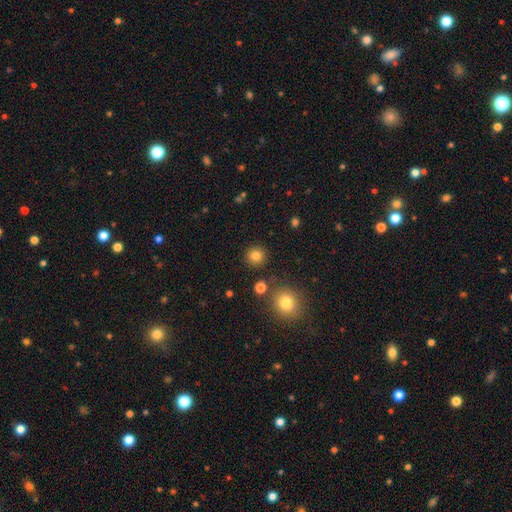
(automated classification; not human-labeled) This appears to be a smooth galaxy with no disk features (82%) that is round (93%). Merging: none (89%).